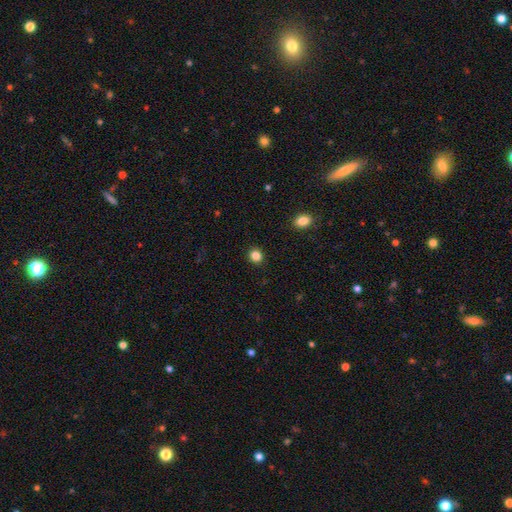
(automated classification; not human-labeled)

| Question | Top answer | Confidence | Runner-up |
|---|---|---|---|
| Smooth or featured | smooth | 85% | star or artifact (12%) |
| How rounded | round | 78% | in between (22%) |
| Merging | none | 91% | minor disturbance (6%) |